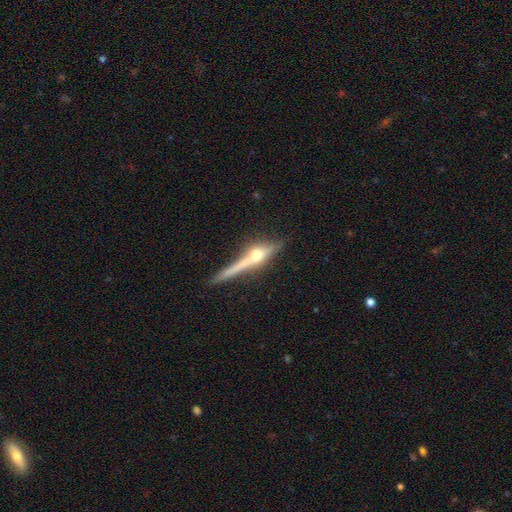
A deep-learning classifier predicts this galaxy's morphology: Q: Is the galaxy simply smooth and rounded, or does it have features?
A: featured or disk — 67%.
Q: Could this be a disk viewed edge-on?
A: yes — 94%.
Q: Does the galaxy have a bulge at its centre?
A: rounded — 86%.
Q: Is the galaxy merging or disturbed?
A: none — 65%.